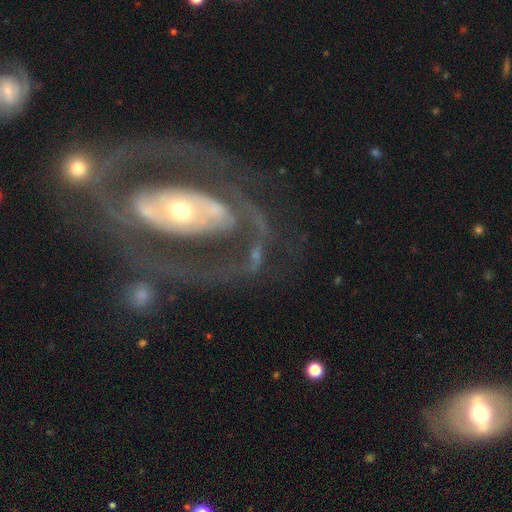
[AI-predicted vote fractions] This appears to be a featured or disk galaxy (78%) with no bar (58%), spiral arms (68%) and a moderate central bulge (59%). Merging: none (49%).